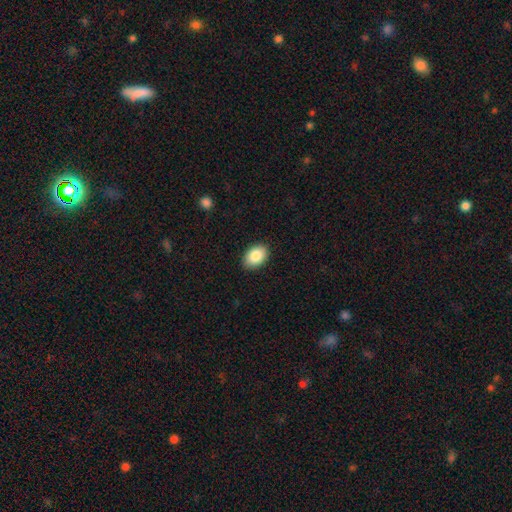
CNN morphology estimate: This is clearly a smooth galaxy (87%). How rounded: clearly in between (88%). Merging: clearly none (89%).